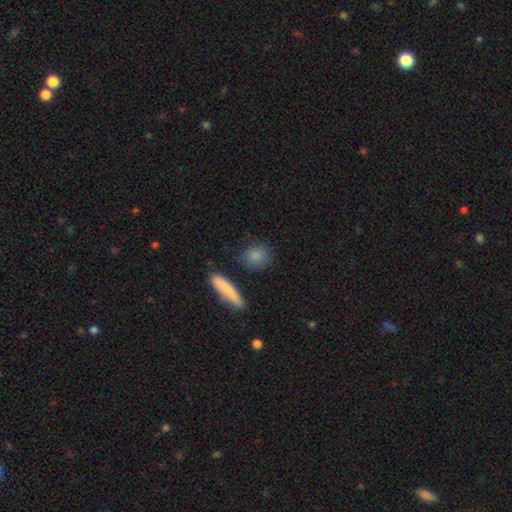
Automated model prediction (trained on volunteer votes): smooth-or-featured: smooth: 85% | star or artifact: 8% | featured or disk: 7%
  how-rounded: round: 53% | in between: 35% | cigar-shaped: 11%
  merging: none: 83% | minor disturbance: 10% | merger: 4% | major disturbance: 3%